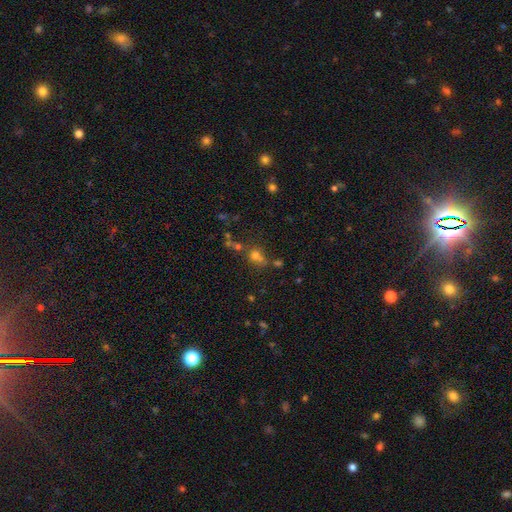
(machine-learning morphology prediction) smooth-or-featured: smooth: 62% | star or artifact: 27% | featured or disk: 12%
  how-rounded: round: 77% | in between: 21% | cigar-shaped: 2%
  merging: none: 54% | merger: 27% | minor disturbance: 12% | major disturbance: 7%